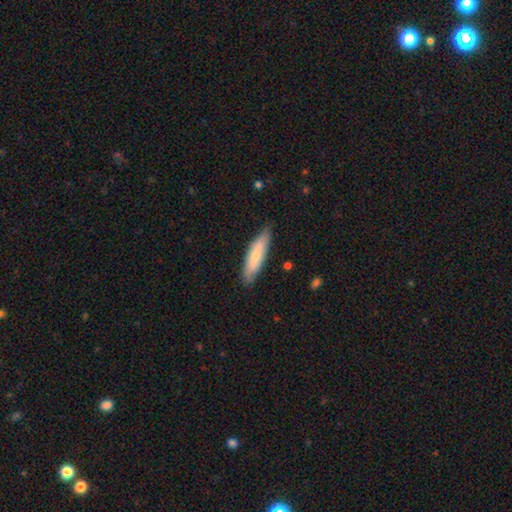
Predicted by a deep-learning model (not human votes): A smooth galaxy with no disk features (67%) that is cigar-shaped (71%).

Vote fractions:
- Smooth or featured? smooth: 67% / featured or disk: 27% / star or artifact: 5%
- How rounded? cigar-shaped: 71% / in between: 28% / round: 2%
- Merging? none: 82% / minor disturbance: 14% / major disturbance: 2% / merger: 1%